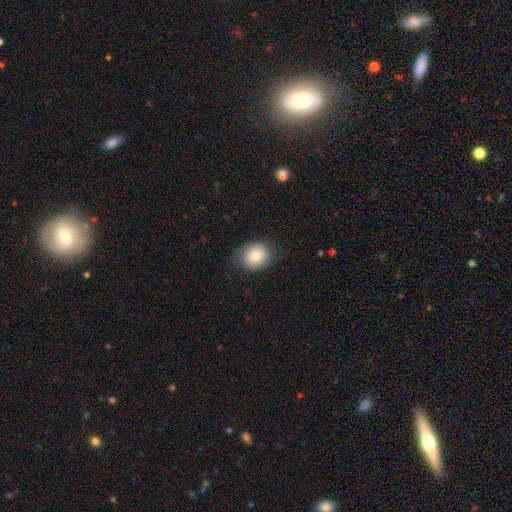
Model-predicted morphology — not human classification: Q: Smooth or featured?
A: smooth (78%); runner-up: featured or disk (14%)
Q: How rounded?
A: round (65%); runner-up: in between (34%)
Q: Merging?
A: none (72%); runner-up: minor disturbance (20%)